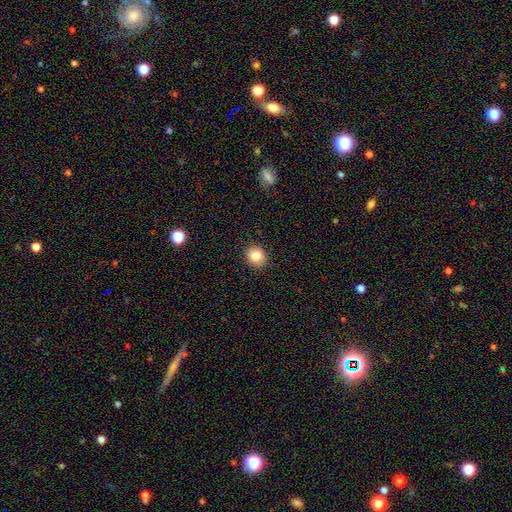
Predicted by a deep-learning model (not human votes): smooth 83%, star or artifact 10%, featured or disk 6%. Down the decision tree: how rounded — round (83%); merging — none (91%).